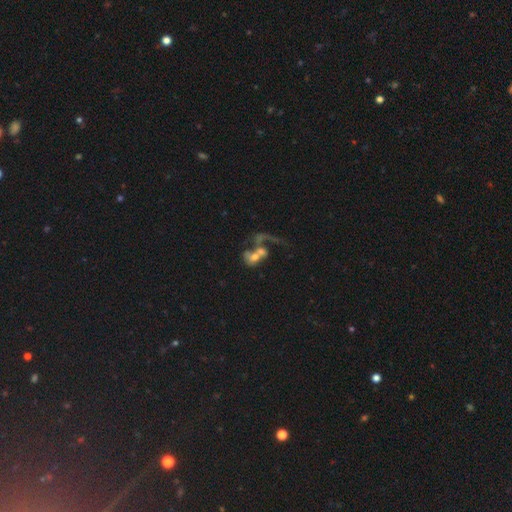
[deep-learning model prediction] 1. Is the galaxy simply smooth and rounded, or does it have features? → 49% featured or disk, 40% smooth, 11% star or artifact.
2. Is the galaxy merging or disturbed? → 67% merger, 19% major disturbance, 9% none, 5% minor disturbance.